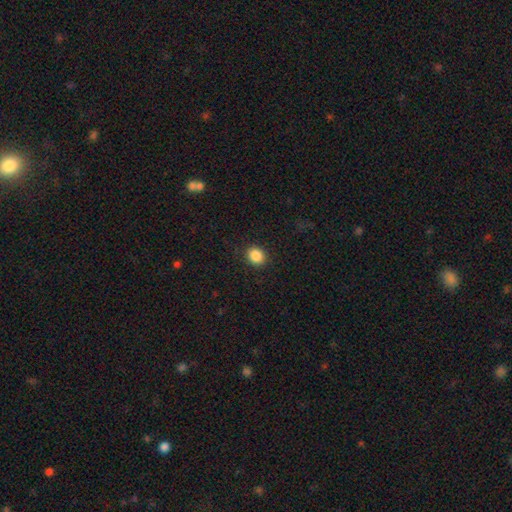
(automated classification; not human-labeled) Morphology: type=smooth (87%); roundness=round (72%); merging=none (90%).